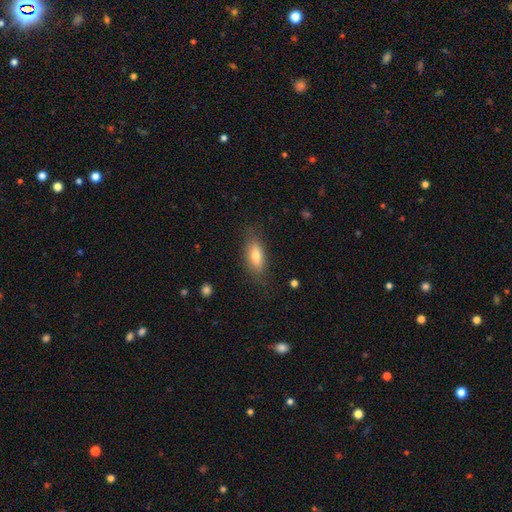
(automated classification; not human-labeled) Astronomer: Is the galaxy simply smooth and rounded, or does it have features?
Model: smooth — 72%.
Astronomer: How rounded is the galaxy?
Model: in between — 76%.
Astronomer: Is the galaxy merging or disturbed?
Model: none — 78%.